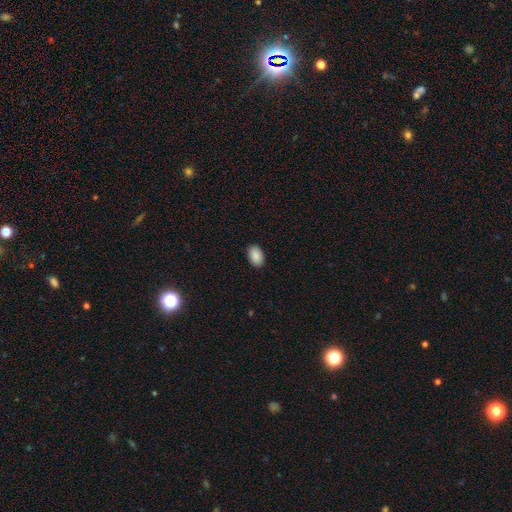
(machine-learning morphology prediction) Overall: smooth (90%). How rounded: in between (90%). Merging: none (90%).